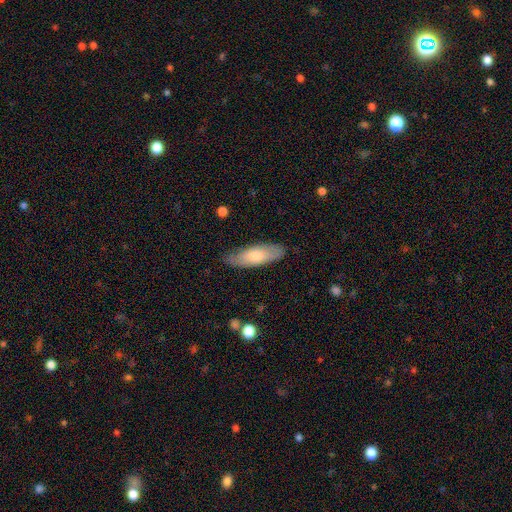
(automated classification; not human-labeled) Smooth or featured: smooth — 74% (featured or disk — 21%)
How rounded: in between — 59% (cigar-shaped — 39%)
Merging: none — 79% (minor disturbance — 17%)